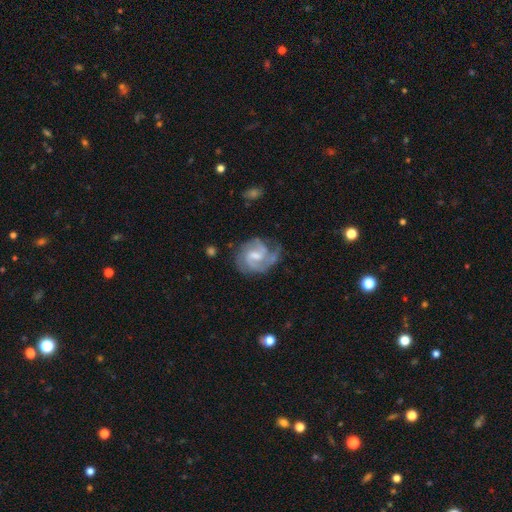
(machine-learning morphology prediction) Overall: featured or disk (85%). Edge-on disk: no (98%). Bar: weak (59%; no 27%). Spiral arms: yes (96%). Spiral arm count: 2 (60%). Spiral winding: medium (49%; tight 37%). Bulge size: moderate (45%; small 34%). Merging: none (59%; minor disturbance 24%).